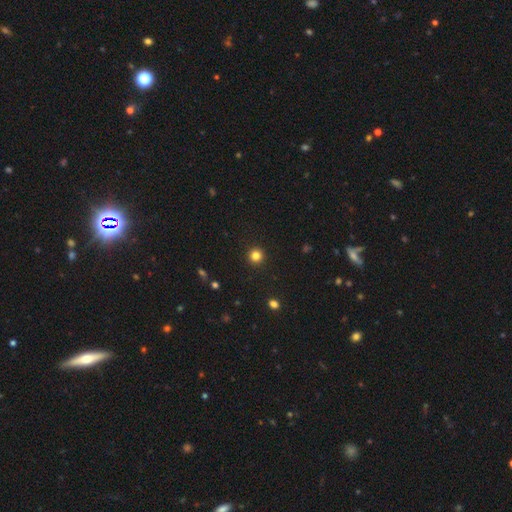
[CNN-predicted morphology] Smooth or featured? smooth (82%)
How rounded? round (96%)
Merging? none (93%)